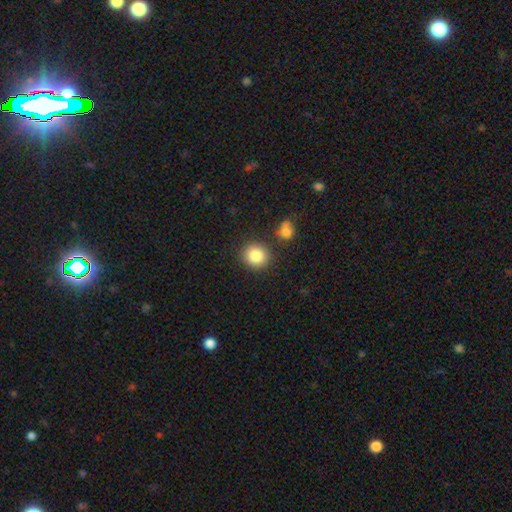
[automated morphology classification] smooth-or-featured: smooth: 85% | star or artifact: 9% | featured or disk: 6%
  how-rounded: round: 85% | in between: 14% | cigar-shaped: 1%
  merging: none: 83% | minor disturbance: 8% | merger: 6% | major disturbance: 3%